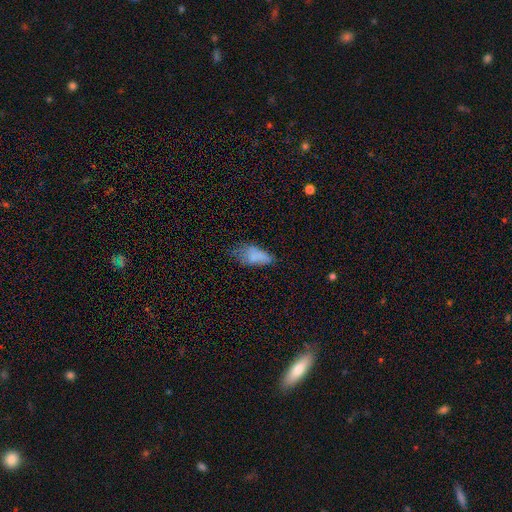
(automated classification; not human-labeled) smooth-or-featured: smooth: 71% | featured or disk: 18% | star or artifact: 11%
  how-rounded: in between: 89% | cigar-shaped: 8% | round: 3%
  merging: none: 35% | minor disturbance: 34% | major disturbance: 26% | merger: 5%